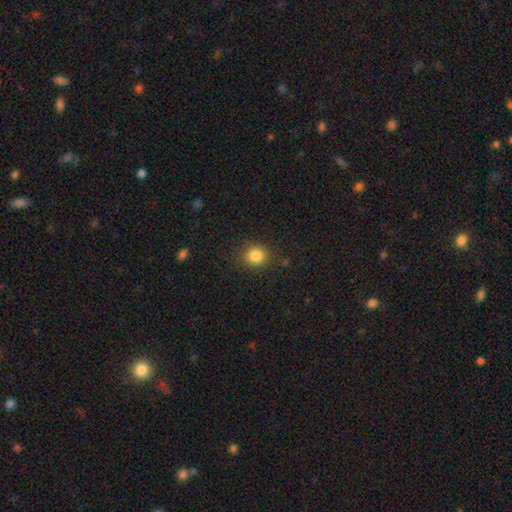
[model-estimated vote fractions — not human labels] smooth_or_featured: smooth (p=0.84) [alt: star or artifact p=0.11]
how_rounded: round (p=0.80) [alt: in between p=0.19]
merging: none (p=0.85) [alt: minor disturbance p=0.10]